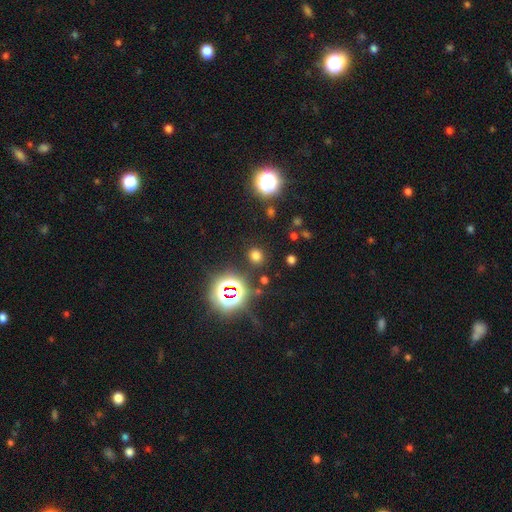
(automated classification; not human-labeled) This is likely a smooth galaxy (65%). How rounded: clearly round (84%). Merging: clearly none (88%).